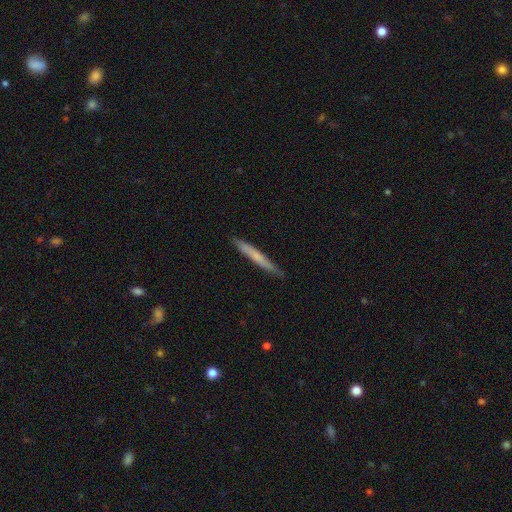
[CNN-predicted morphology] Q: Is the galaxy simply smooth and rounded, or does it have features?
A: smooth — 59%.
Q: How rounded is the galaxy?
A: cigar-shaped — 96%.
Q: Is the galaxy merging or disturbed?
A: none — 87%.